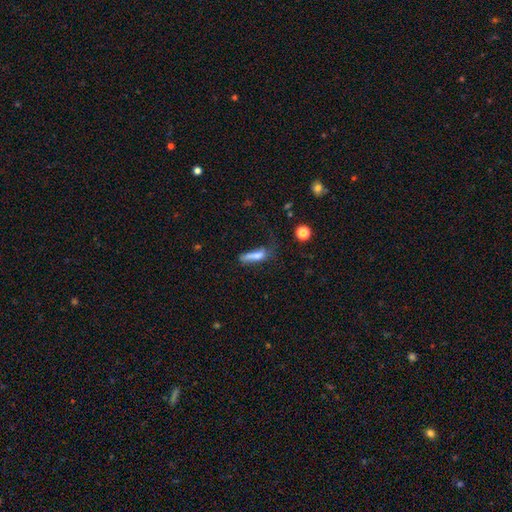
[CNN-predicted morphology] A smooth galaxy with no disk features (68%) that is cigar-shaped (64%).

Vote fractions:
- Smooth or featured? smooth: 68% / featured or disk: 21% / star or artifact: 10%
- How rounded? cigar-shaped: 64% / in between: 33% / round: 3%
- Merging? none: 33% / major disturbance: 29% / minor disturbance: 27% / merger: 10%